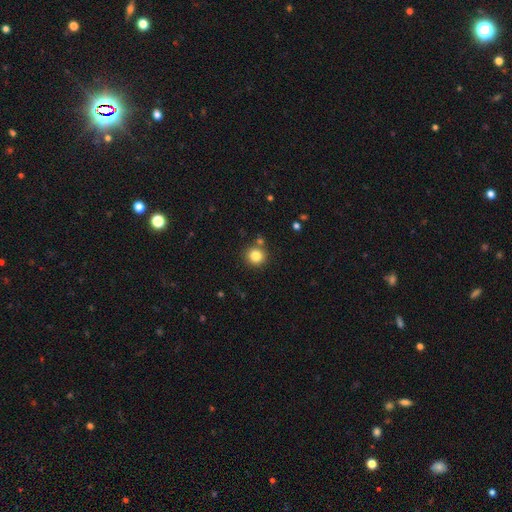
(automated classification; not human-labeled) smooth 82%, star or artifact 12%, featured or disk 6%. Down the decision tree: how rounded — round (94%); merging — none (83%).